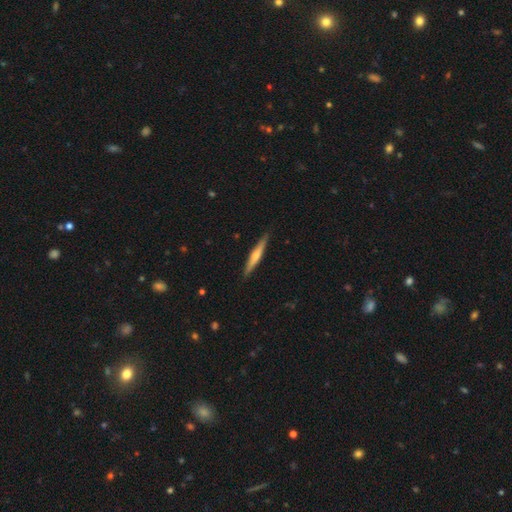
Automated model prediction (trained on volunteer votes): A featured or disk galaxy (51%) viewed edge-on (96%).

Vote fractions:
- Smooth or featured? featured or disk: 51% / smooth: 44% / star or artifact: 5%
- Edge-on disk? yes: 96% / no: 4%
- Merging? none: 89% / minor disturbance: 8% / major disturbance: 1% / merger: 1%